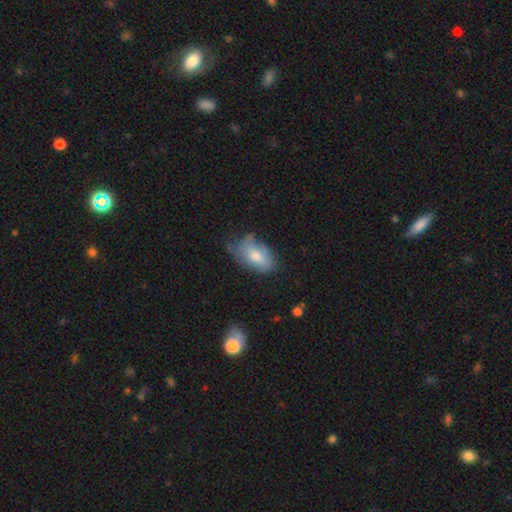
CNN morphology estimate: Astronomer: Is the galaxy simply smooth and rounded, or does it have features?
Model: smooth — 68%.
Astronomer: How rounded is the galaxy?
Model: in between — 92%.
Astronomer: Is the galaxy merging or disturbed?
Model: none — 48% (runner-up: minor disturbance, 37%).